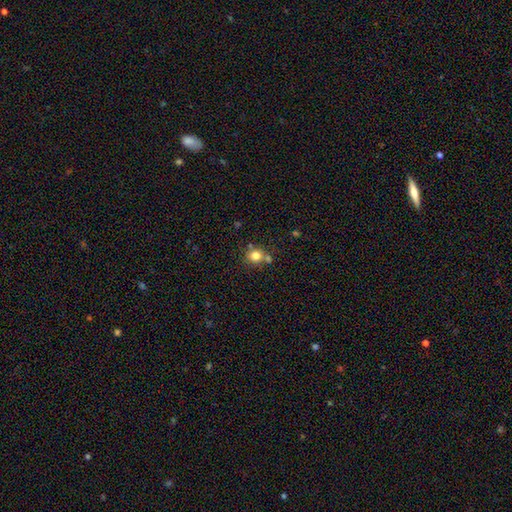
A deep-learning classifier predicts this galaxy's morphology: smooth_or_featured: smooth (p=0.80) [alt: star or artifact p=0.12]
how_rounded: round (p=0.78) [alt: in between p=0.21]
merging: none (p=0.63) [alt: merger p=0.21]